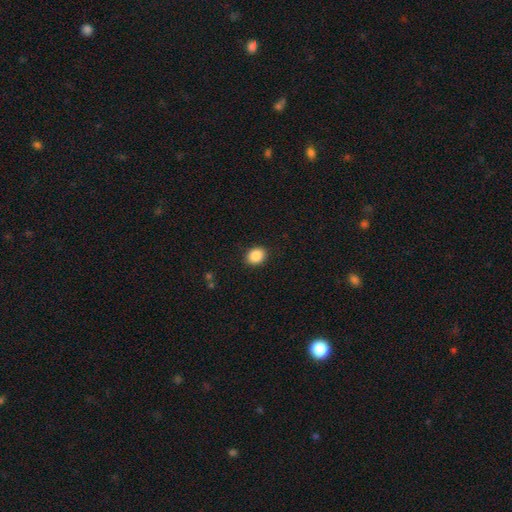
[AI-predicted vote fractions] Smooth or featured? smooth (88%)
How rounded? round (54%)
Merging? none (90%)